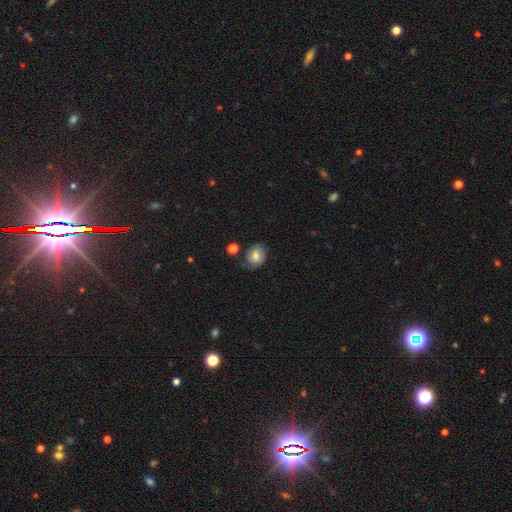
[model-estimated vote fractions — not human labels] Smooth or featured: smooth — 52% (featured or disk — 39%)
How rounded: in between — 51% (round — 48%)
Merging: none — 63% (minor disturbance — 23%)